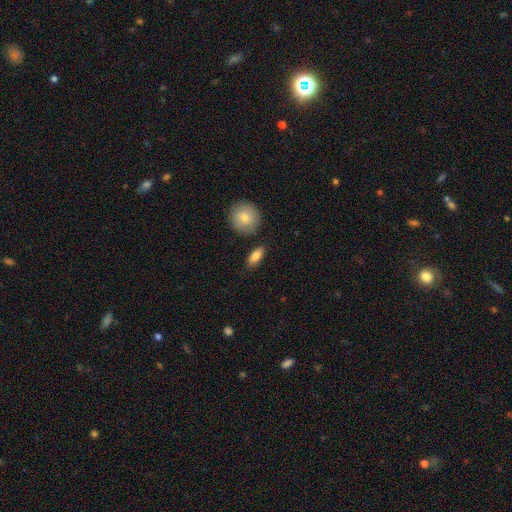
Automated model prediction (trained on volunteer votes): This appears to be a smooth galaxy with no disk features (83%) that is in between round and cigar-shaped (77%). Merging: none (81%).